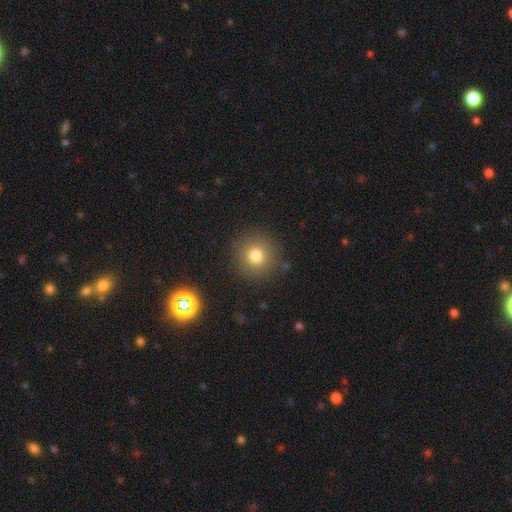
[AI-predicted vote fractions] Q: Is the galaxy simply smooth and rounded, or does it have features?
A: smooth — 77%.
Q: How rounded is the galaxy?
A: round — 94%.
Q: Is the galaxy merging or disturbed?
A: none — 88%.